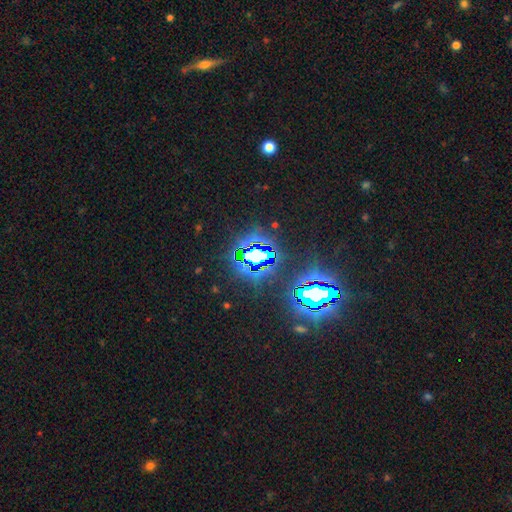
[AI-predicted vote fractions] Smooth or featured?
  - star or artifact: 78% *
  - smooth: 12%
  - featured or disk: 10%